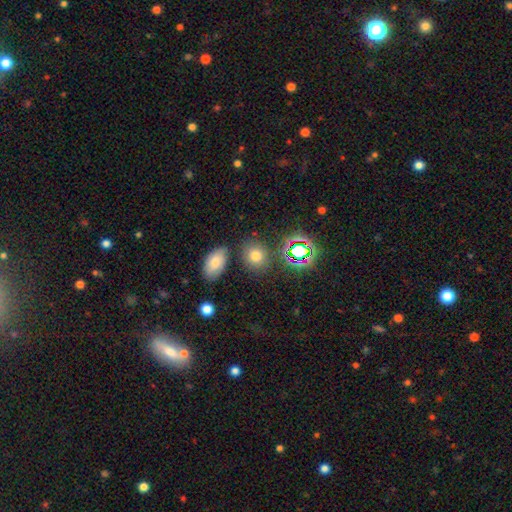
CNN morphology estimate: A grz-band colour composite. It shows a smooth galaxy with no disk features (73%) that is round (71%). Merging: none (79%).